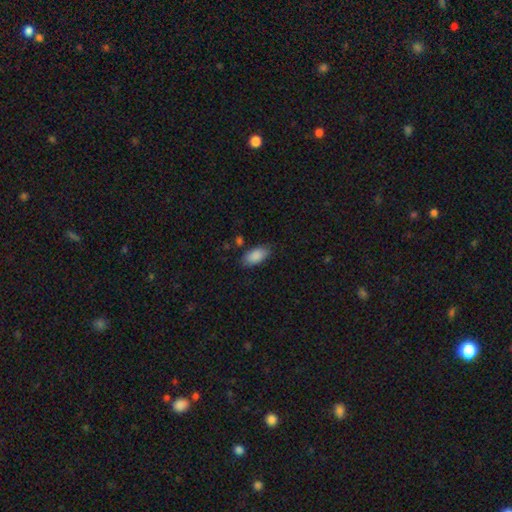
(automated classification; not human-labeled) Smooth or featured? Predicted: smooth (p=0.89). How rounded? Predicted: in between (p=0.91). Merging? Predicted: none (p=0.82).